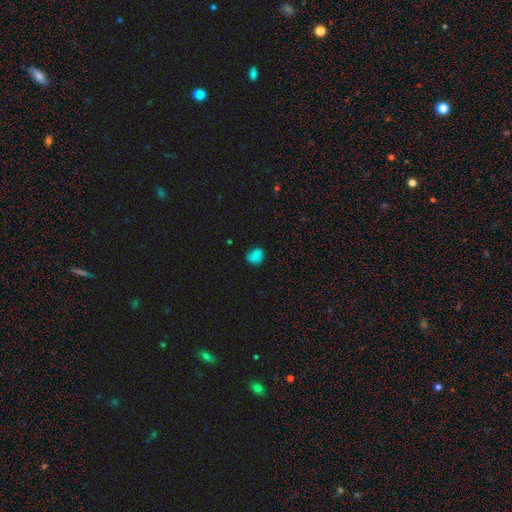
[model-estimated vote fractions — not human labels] smooth-or-featured: smooth: 79% | star or artifact: 15% | featured or disk: 6%
  how-rounded: round: 63% | in between: 36% | cigar-shaped: 1%
  merging: none: 72% | minor disturbance: 22% | major disturbance: 4% | merger: 2%